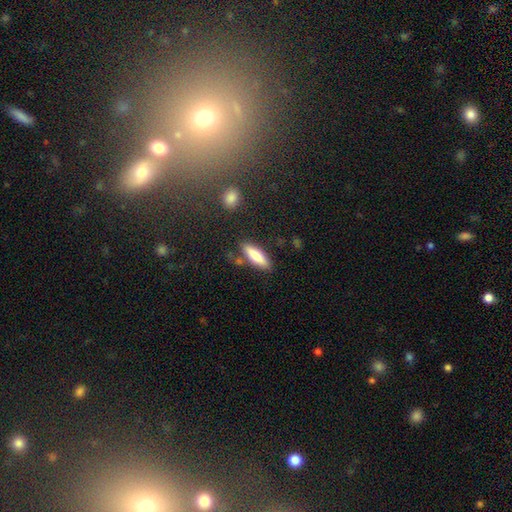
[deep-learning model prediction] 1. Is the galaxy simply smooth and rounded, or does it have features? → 79% smooth, 15% featured or disk, 6% star or artifact.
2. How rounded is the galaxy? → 55% cigar-shaped, 43% in between, 2% round.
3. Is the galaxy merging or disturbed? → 78% none, 13% minor disturbance, 5% merger, 3% major disturbance.